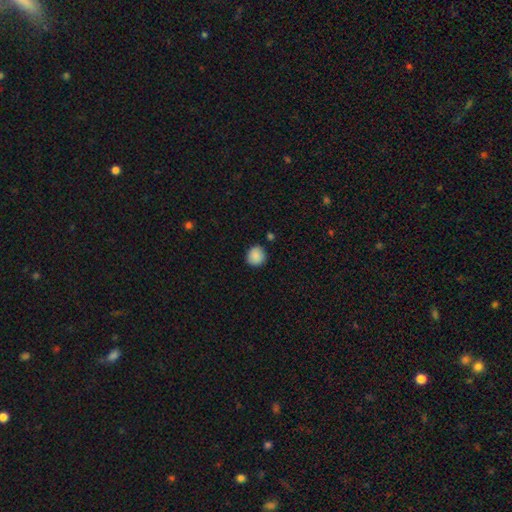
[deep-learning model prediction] This appears to be a smooth galaxy with no disk features (88%) that is round (91%). Merging: none (86%).